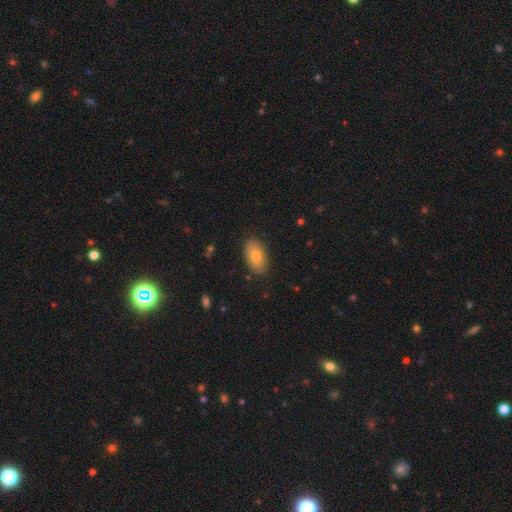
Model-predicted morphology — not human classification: smooth-or-featured: smooth: 80% | featured or disk: 13% | star or artifact: 7%
  how-rounded: in between: 93% | round: 5% | cigar-shaped: 2%
  merging: none: 85% | minor disturbance: 11% | major disturbance: 2% | merger: 1%